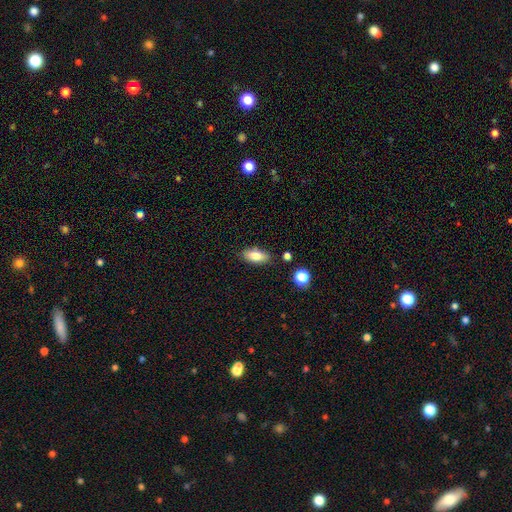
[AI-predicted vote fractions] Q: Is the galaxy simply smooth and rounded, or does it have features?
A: smooth — 81%.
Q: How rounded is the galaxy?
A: in between — 85%.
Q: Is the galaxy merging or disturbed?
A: none — 83%.